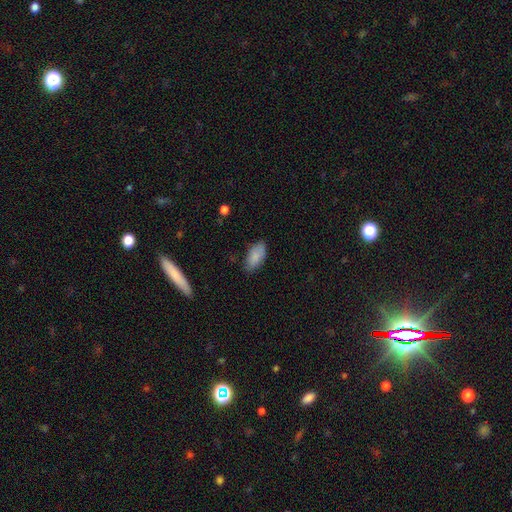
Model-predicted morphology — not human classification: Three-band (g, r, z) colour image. It shows a smooth galaxy with no disk features (85%) that is in between round and cigar-shaped (93%). Merging: none (76%).